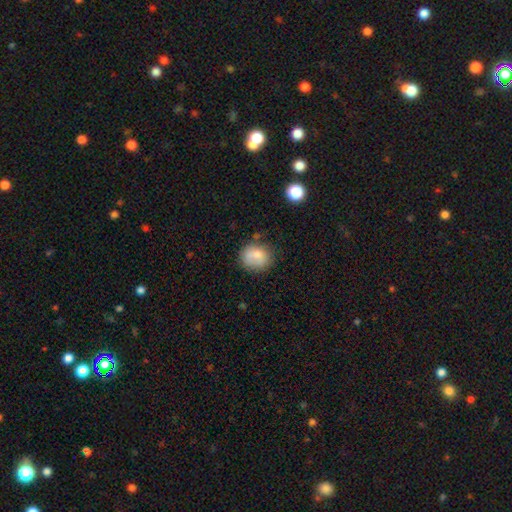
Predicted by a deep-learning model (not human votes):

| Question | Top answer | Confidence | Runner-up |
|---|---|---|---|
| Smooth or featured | smooth | 78% | featured or disk (13%) |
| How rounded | round | 65% | in between (34%) |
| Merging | none | 60% | minor disturbance (24%) |